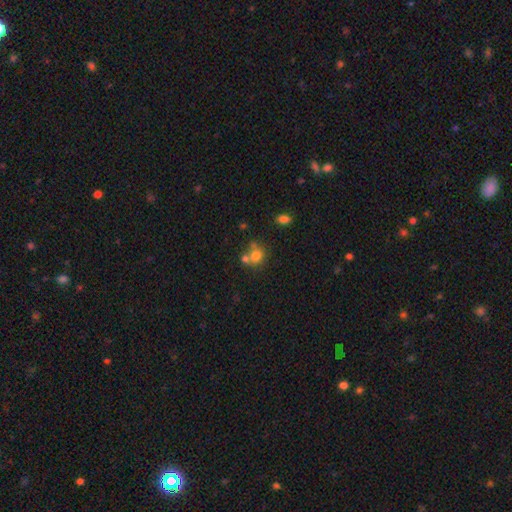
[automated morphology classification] Smooth or featured: smooth — 74% (featured or disk — 13%)
How rounded: round — 80% (in between — 19%)
Merging: none — 47% (merger — 40%)